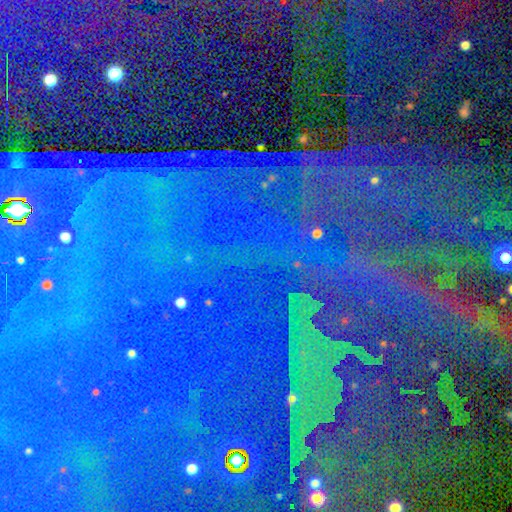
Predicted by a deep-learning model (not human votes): smooth_or_featured: star or artifact (p=0.87) [alt: featured or disk p=0.07]